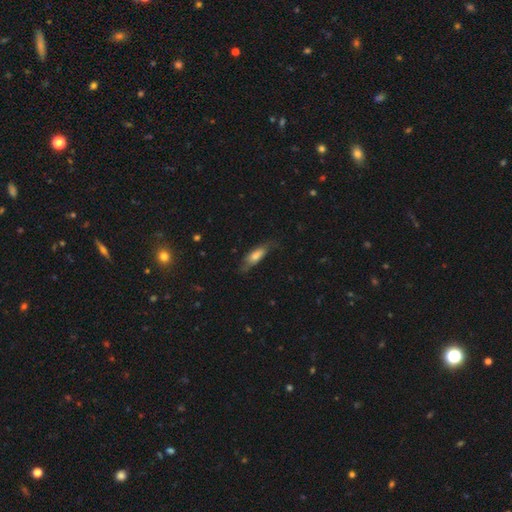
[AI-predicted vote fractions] This is likely a smooth galaxy (68%). How rounded: possibly in between (55%). Merging: likely none (62%).